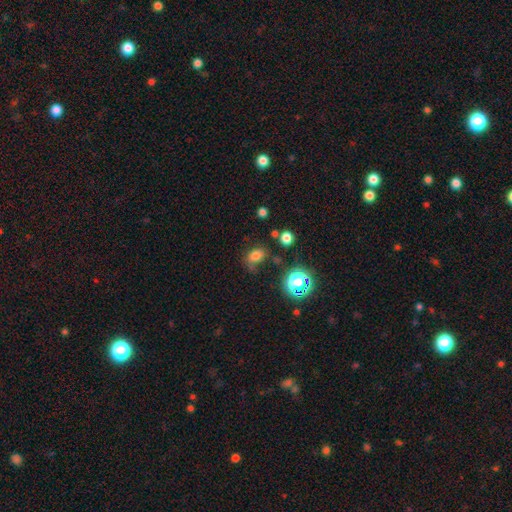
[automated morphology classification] A smooth galaxy with no disk features (72%) that is in between round and cigar-shaped (69%). Merging: none (57%).